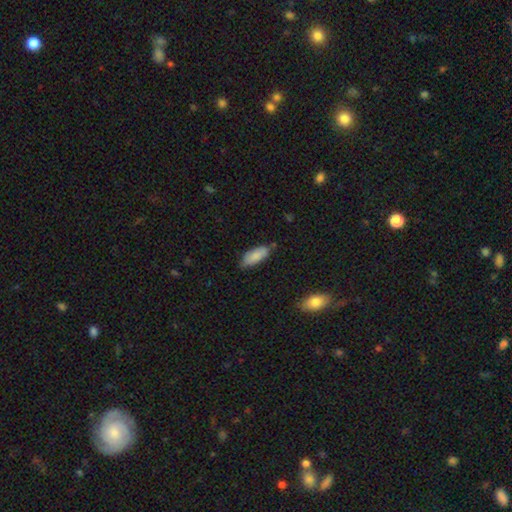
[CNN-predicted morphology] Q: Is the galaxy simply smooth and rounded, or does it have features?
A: smooth — 84%.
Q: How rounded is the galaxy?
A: in between — 80%.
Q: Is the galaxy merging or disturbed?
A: none — 72%.